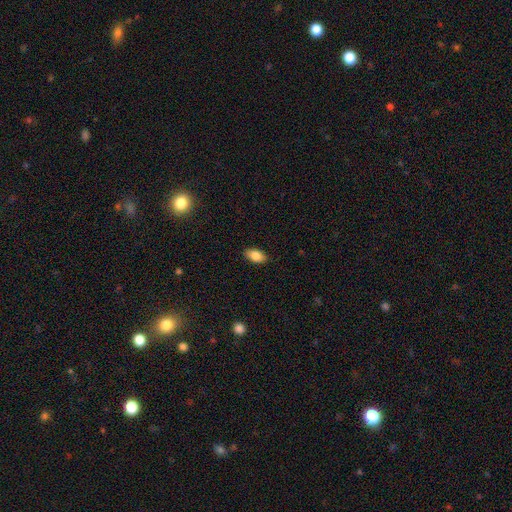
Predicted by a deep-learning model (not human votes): Smooth or featured? Predicted: smooth (p=0.85). How rounded? Predicted: in between (p=0.93). Merging? Predicted: none (p=0.88).